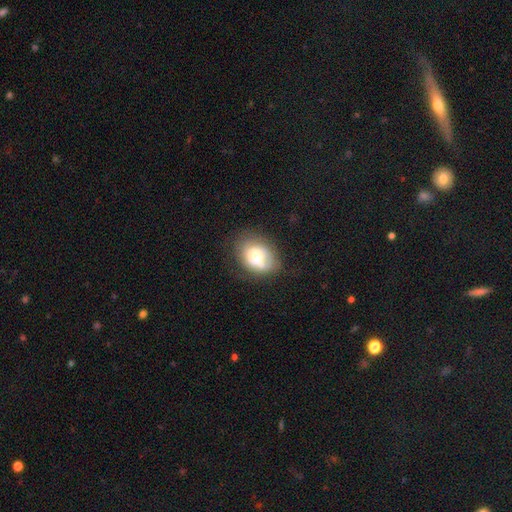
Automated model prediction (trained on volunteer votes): smooth-or-featured: smooth: 63% | featured or disk: 28% | star or artifact: 9%
  how-rounded: in between: 62% | round: 37% | cigar-shaped: 1%
  merging: none: 51% | minor disturbance: 25% | merger: 13% | major disturbance: 11%